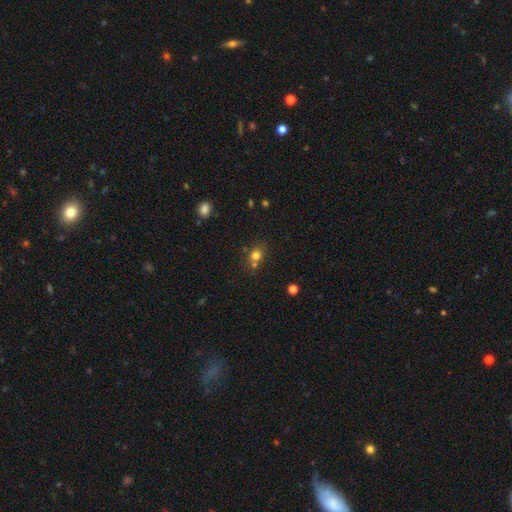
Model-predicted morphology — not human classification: This appears to be a smooth galaxy with no disk features (75%) that is round (73%). Merging: none (58%).